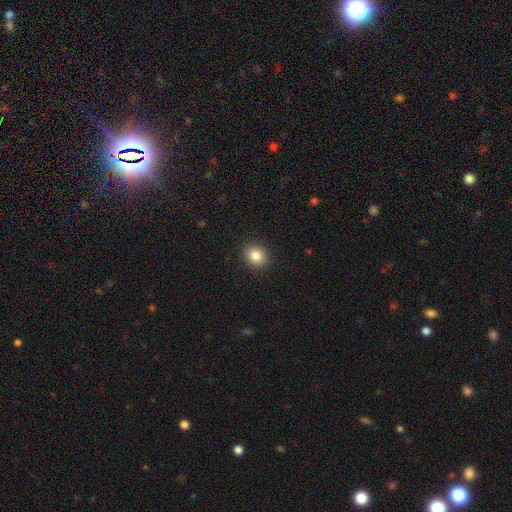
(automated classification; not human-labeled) smooth 85%, star or artifact 10%, featured or disk 5%. Down the decision tree: how rounded — round (72%); merging — none (91%).